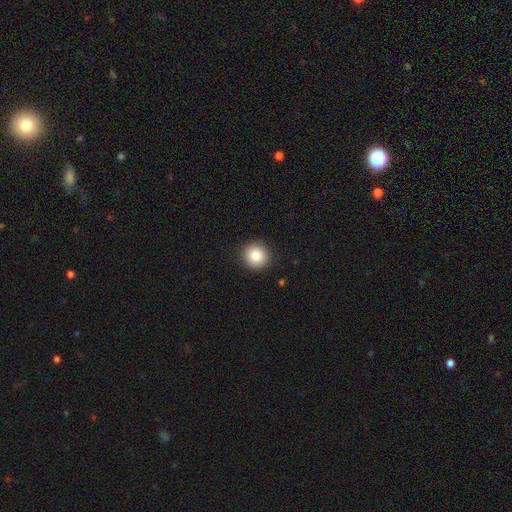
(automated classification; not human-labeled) smooth 84%, star or artifact 9%, featured or disk 6%. Down the decision tree: how rounded — round (93%); merging — none (91%).